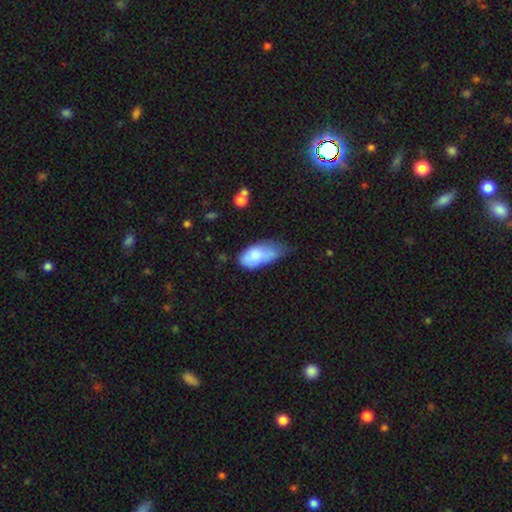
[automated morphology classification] A smooth galaxy with no disk features (77%) that is in between round and cigar-shaped (92%).

Vote fractions:
- Smooth or featured? smooth: 77% / featured or disk: 16% / star or artifact: 7%
- How rounded? in between: 92% / cigar-shaped: 4% / round: 3%
- Merging? minor disturbance: 48% / major disturbance: 25% / none: 22% / merger: 5%